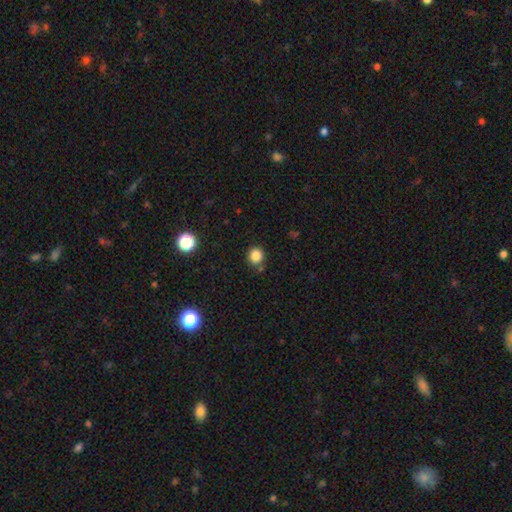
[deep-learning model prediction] smooth 84%, star or artifact 12%, featured or disk 4%. Down the decision tree: how rounded — round (89%); merging — none (80%).